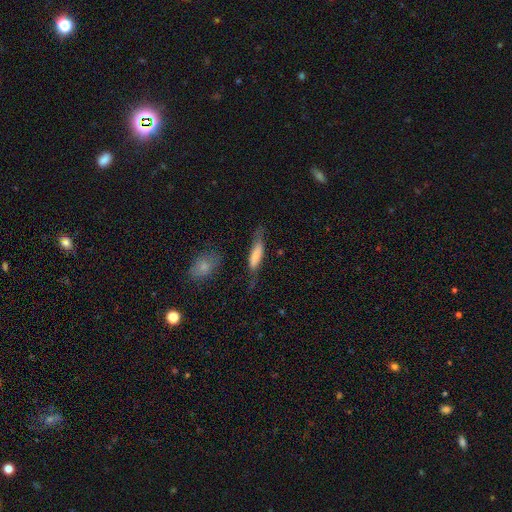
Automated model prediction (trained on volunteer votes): This is likely a smooth galaxy (65%). How rounded: possibly cigar-shaped (59%). Merging: possibly none (50%).